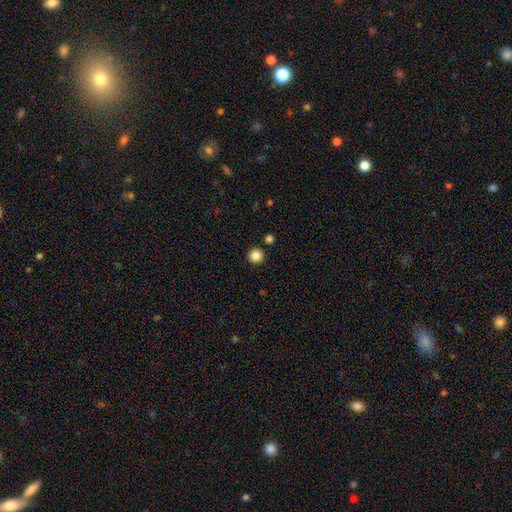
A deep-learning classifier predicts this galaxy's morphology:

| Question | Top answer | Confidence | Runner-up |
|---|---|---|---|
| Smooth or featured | smooth | 86% | star or artifact (11%) |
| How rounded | round | 96% | in between (3%) |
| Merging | none | 91% | minor disturbance (5%) |